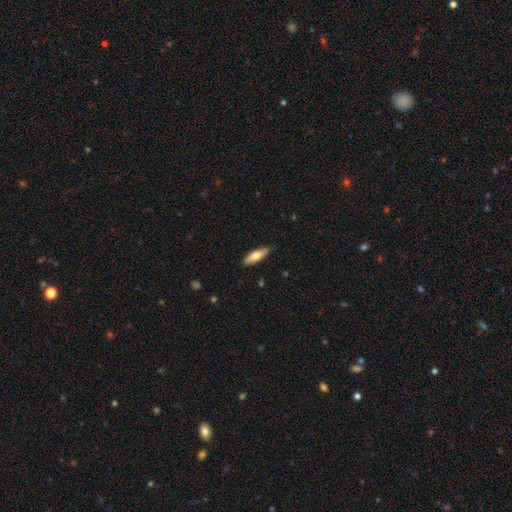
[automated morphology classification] A smooth galaxy with no disk features (71%) that is cigar-shaped (52%). Merging: none (86%).